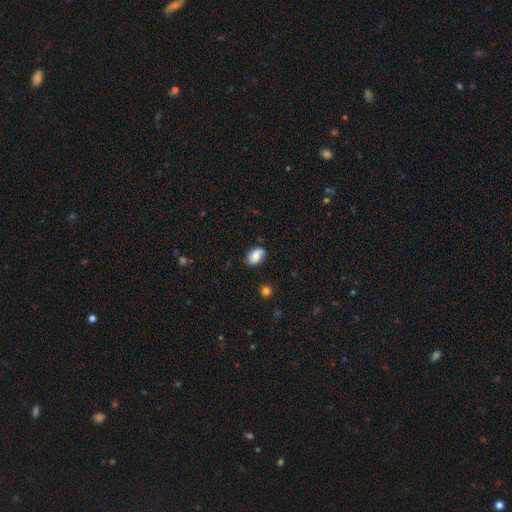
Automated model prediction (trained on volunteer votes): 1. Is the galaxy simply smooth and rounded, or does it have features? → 73% smooth, 19% featured or disk, 8% star or artifact.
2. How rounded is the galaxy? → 84% in between, 15% round, 1% cigar-shaped.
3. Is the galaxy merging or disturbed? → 73% none, 20% minor disturbance, 4% major disturbance, 2% merger.